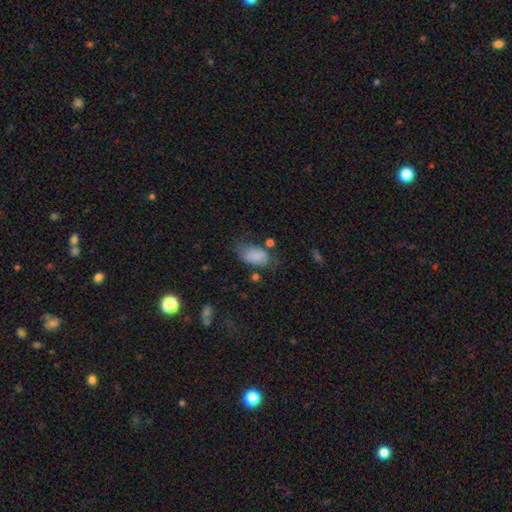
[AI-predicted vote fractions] Smooth or featured?
  - smooth: 84% *
  - star or artifact: 9%
  - featured or disk: 8%
How rounded?
  - in between: 92% *
  - round: 7%
  - cigar-shaped: 2%
Merging?
  - none: 49% *
  - minor disturbance: 30%
  - major disturbance: 15%
  - merger: 6%